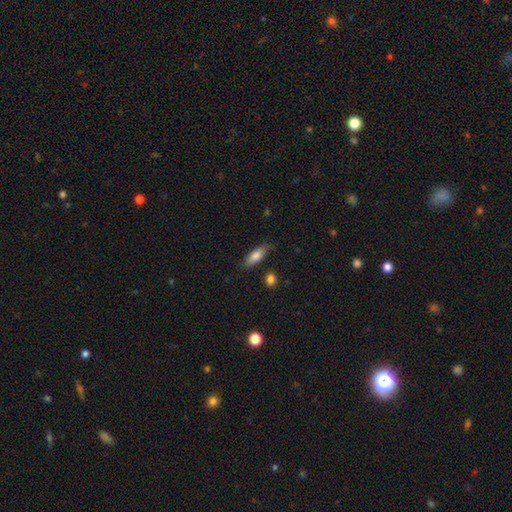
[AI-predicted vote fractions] A smooth galaxy with no disk features (78%) that is in between round and cigar-shaped (68%).

Vote fractions:
- Smooth or featured? smooth: 78% / featured or disk: 15% / star or artifact: 7%
- How rounded? in between: 68% / cigar-shaped: 29% / round: 3%
- Merging? none: 75% / minor disturbance: 19% / major disturbance: 4% / merger: 3%